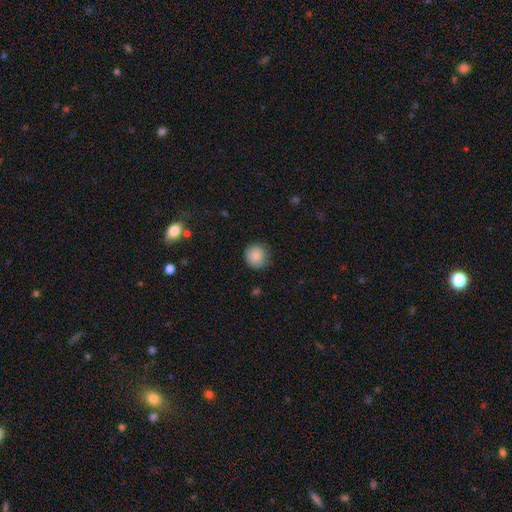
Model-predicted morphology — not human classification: Smooth or featured: smooth — 86% (star or artifact — 8%)
How rounded: round — 91% (in between — 8%)
Merging: none — 83% (minor disturbance — 13%)